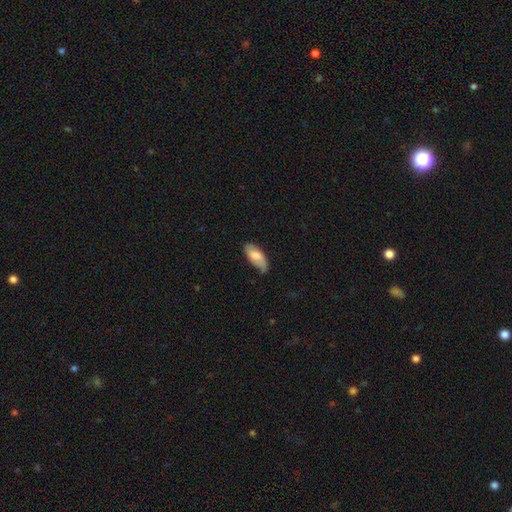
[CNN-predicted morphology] Q: Smooth or featured?
A: smooth (65%); runner-up: featured or disk (29%)
Q: How rounded?
A: in between (87%); runner-up: cigar-shaped (10%)
Q: Merging?
A: none (63%); runner-up: minor disturbance (29%)